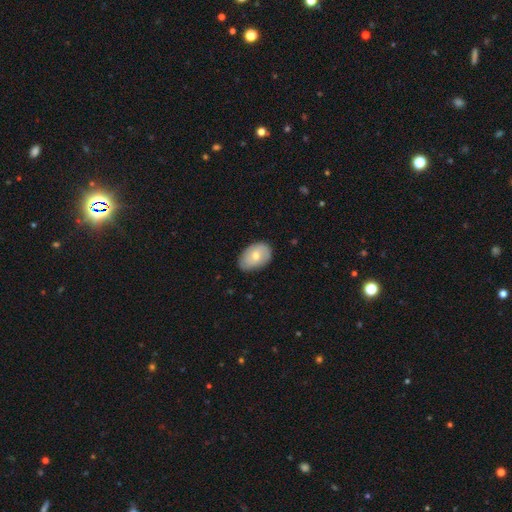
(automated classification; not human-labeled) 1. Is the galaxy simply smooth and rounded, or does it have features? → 66% smooth, 28% featured or disk, 7% star or artifact.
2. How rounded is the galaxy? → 84% in between, 15% round, 1% cigar-shaped.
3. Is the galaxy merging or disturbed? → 76% none, 20% minor disturbance, 3% major disturbance, 1% merger.